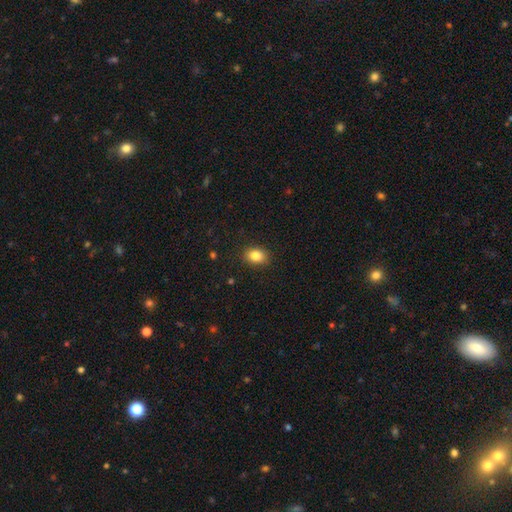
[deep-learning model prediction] Overall: smooth (85%). How rounded: in between (68%; round 31%). Merging: none (88%).